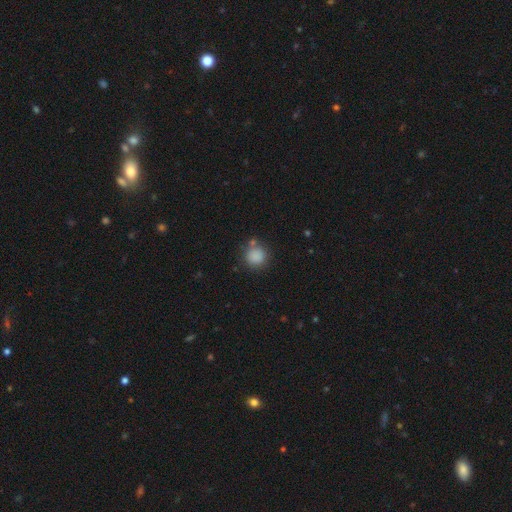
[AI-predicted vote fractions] Smooth or featured?
  - smooth: 86% *
  - star or artifact: 10%
  - featured or disk: 4%
How rounded?
  - round: 91% *
  - in between: 8%
  - cigar-shaped: 1%
Merging?
  - none: 77% *
  - minor disturbance: 11%
  - merger: 8%
  - major disturbance: 4%